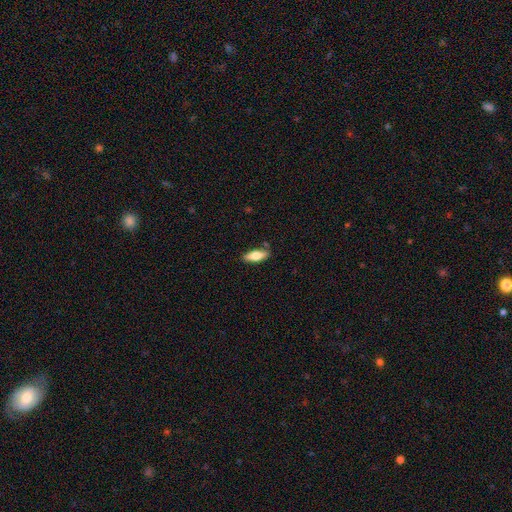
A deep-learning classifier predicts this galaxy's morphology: The model was most divided on "how rounded": in between: 67%, cigar-shaped: 30%, round: 2%. More confident: merging — none (82%); smooth or featured — smooth (70%).